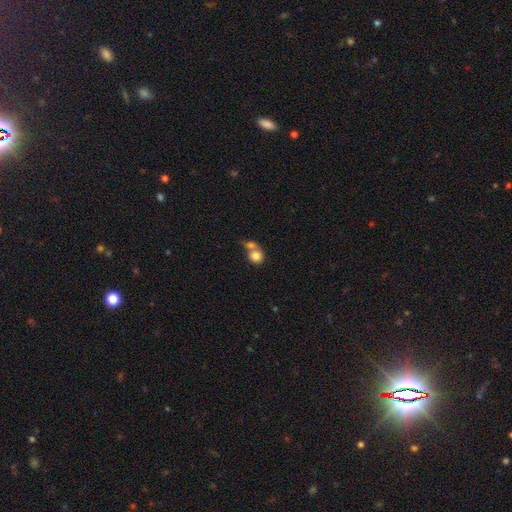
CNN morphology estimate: The model was most divided on "merging": merger: 52%, none: 35%, minor disturbance: 8%, major disturbance: 5%. More confident: smooth or featured — smooth (81%); how rounded — round (79%).